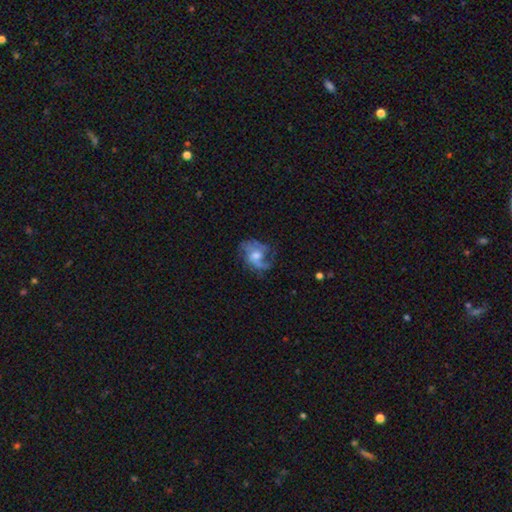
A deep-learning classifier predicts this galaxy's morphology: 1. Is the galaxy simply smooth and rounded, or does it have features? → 72% featured or disk, 20% smooth, 7% star or artifact.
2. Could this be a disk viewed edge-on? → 97% no, 3% yes.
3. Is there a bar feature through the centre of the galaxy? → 56% no, 37% weak, 7% strong.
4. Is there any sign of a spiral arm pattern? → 86% yes, 14% no.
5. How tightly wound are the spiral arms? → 43% medium, 39% loose, 18% tight.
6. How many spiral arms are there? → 49% 2, 18% can't tell, 16% 1, 12% 3, 3% 4, 3% more than 4.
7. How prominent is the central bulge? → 59% moderate, 27% small, 8% large, 4% none, 1% dominant.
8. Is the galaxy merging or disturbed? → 53% none, 23% minor disturbance, 22% major disturbance, 2% merger.